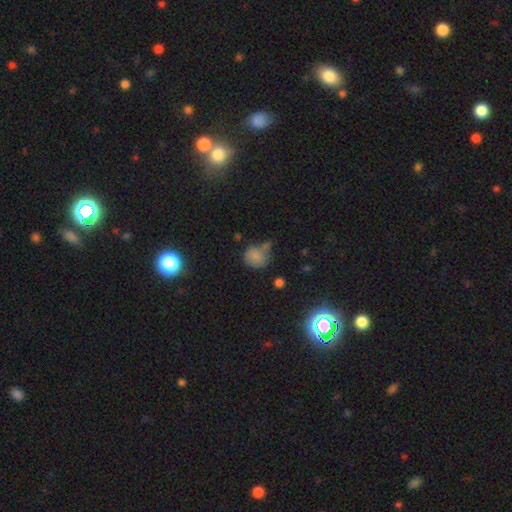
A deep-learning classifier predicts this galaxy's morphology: smooth_or_featured: smooth (p=0.74) [alt: star or artifact p=0.15]
how_rounded: round (p=0.70) [alt: in between p=0.29]
merging: none (p=0.42) [alt: minor disturbance p=0.28]